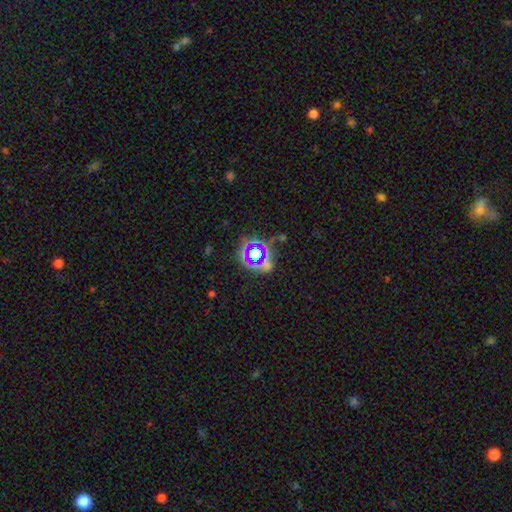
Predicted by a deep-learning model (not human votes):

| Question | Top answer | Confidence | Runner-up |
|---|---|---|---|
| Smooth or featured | star or artifact | 62% | smooth (26%) |